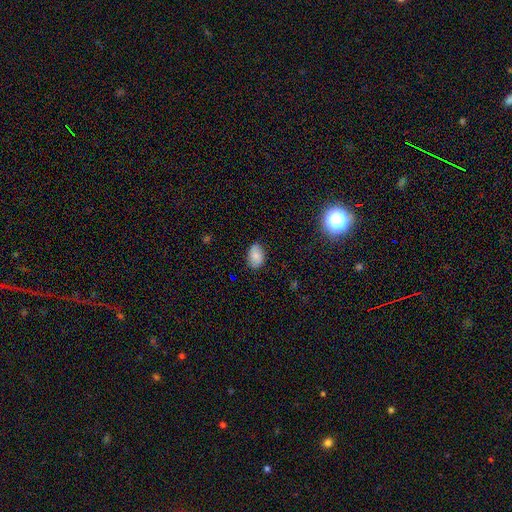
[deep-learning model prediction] Q: Smooth or featured?
A: smooth (81%); runner-up: featured or disk (10%)
Q: How rounded?
A: in between (86%); runner-up: round (13%)
Q: Merging?
A: none (80%); runner-up: minor disturbance (16%)